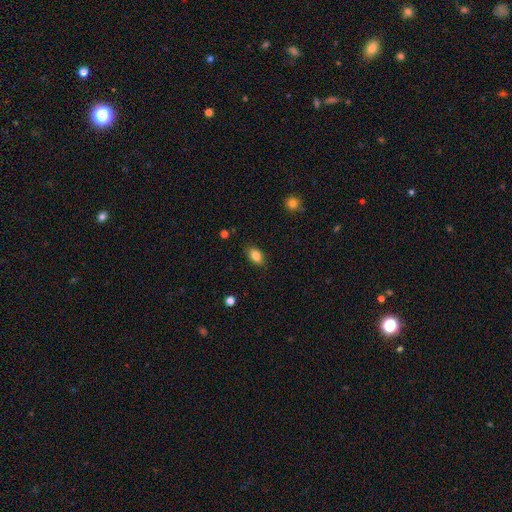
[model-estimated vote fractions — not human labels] smooth-or-featured: smooth: 84% | star or artifact: 9% | featured or disk: 7%
  how-rounded: in between: 86% | round: 12% | cigar-shaped: 3%
  merging: none: 85% | minor disturbance: 12% | major disturbance: 2% | merger: 1%